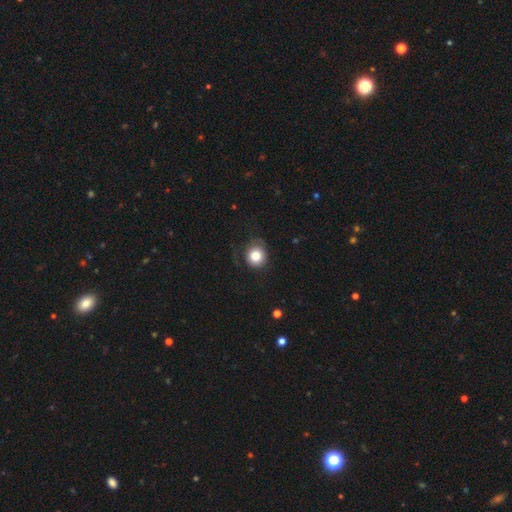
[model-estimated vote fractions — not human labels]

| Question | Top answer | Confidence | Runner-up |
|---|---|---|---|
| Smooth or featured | smooth | 80% | featured or disk (10%) |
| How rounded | round | 89% | in between (10%) |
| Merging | none | 70% | minor disturbance (18%) |